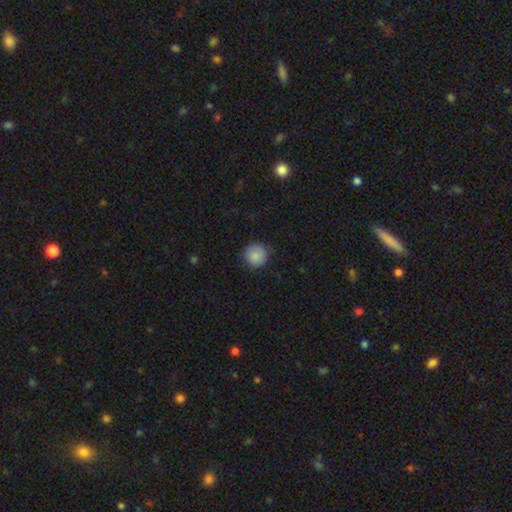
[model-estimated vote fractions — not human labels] Smooth or featured? smooth (87%)
How rounded? round (94%)
Merging? none (83%)